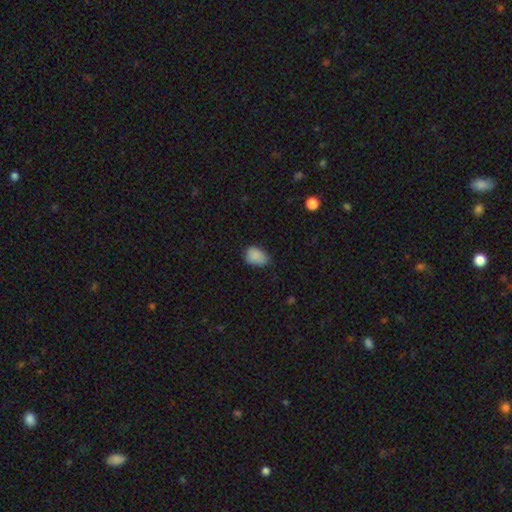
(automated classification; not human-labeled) smooth_or_featured: smooth (p=0.85) [alt: star or artifact p=0.09]
how_rounded: in between (p=0.78) [alt: round p=0.21]
merging: none (p=0.54) [alt: minor disturbance p=0.38]